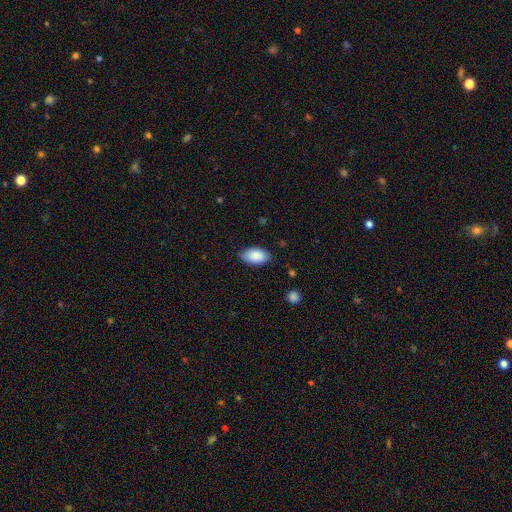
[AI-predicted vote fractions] A smooth galaxy with no disk features (90%) that is in between round and cigar-shaped (95%). Merging: none (85%).